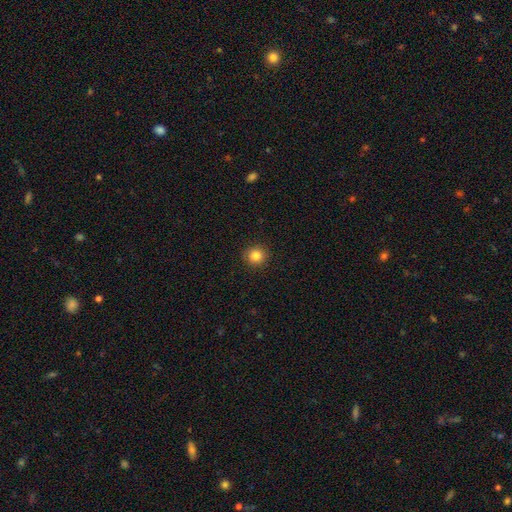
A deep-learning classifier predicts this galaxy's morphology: smooth-or-featured: smooth: 84% | star or artifact: 11% | featured or disk: 5%
  how-rounded: round: 91% | in between: 8% | cigar-shaped: 1%
  merging: none: 91% | minor disturbance: 6% | major disturbance: 2% | merger: 1%